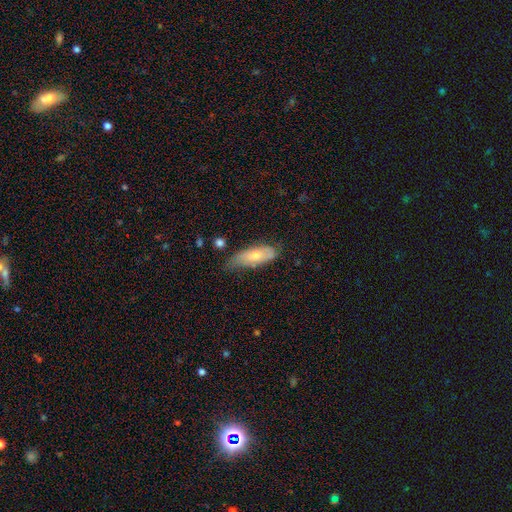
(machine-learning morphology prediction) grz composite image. It shows a smooth galaxy with no disk features (65%) that is in between round and cigar-shaped (70%). Merging: none (52%).